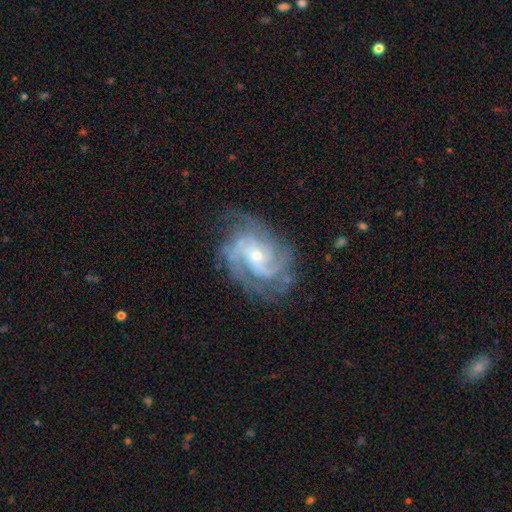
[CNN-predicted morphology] type=featured or disk (89%); edge-on=no (97%); bar=no (56%); spiral arms=yes (97%); winding=tight (46%); arm count=2 (29%); bulge=small (62%); merging=none (71%).